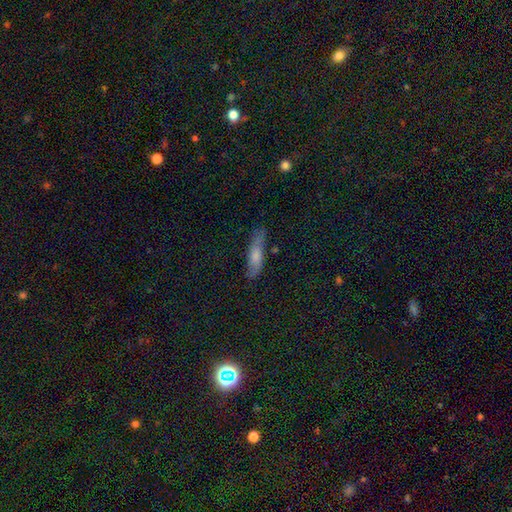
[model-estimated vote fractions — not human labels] A smooth galaxy with no disk features (63%) that is cigar-shaped (66%).

Vote fractions:
- Smooth or featured? smooth: 63% / featured or disk: 30% / star or artifact: 8%
- How rounded? cigar-shaped: 66% / in between: 32% / round: 2%
- Merging? none: 72% / minor disturbance: 21% / major disturbance: 5% / merger: 3%